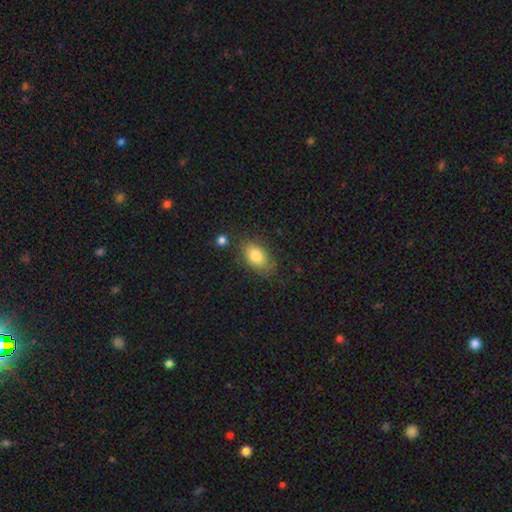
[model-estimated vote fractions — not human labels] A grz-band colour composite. It shows a smooth galaxy with no disk features (81%) that is in between round and cigar-shaped (89%). Merging: none (74%).